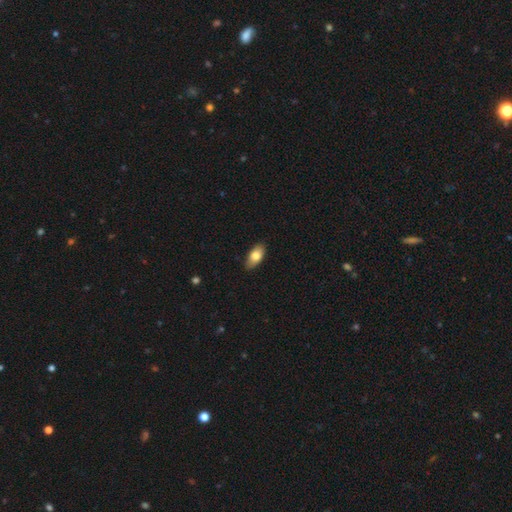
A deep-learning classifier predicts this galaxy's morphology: type=smooth (79%); roundness=in between (90%); merging=none (87%).